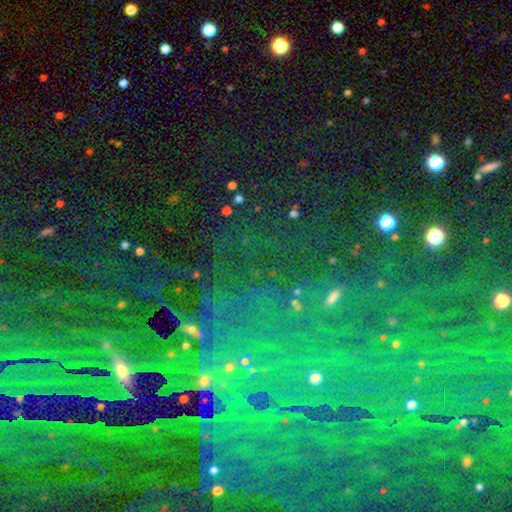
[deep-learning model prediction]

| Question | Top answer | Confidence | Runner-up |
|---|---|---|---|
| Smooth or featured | star or artifact | 64% | featured or disk (22%) |